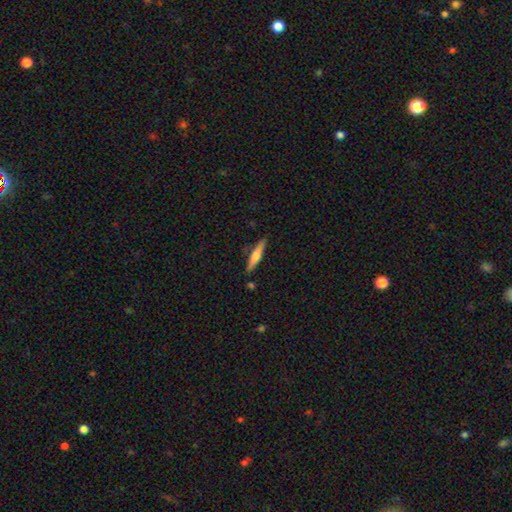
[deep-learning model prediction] A featured or disk galaxy (49%).

Vote fractions:
- Smooth or featured? featured or disk: 49% / smooth: 45% / star or artifact: 6%
- Merging? none: 85% / minor disturbance: 10% / merger: 3% / major disturbance: 2%